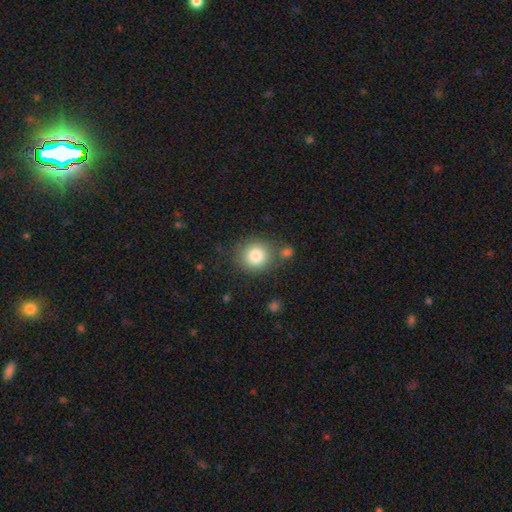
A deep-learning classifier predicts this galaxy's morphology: smooth_or_featured: smooth (p=0.82) [alt: star or artifact p=0.10]
how_rounded: round (p=0.87) [alt: in between p=0.12]
merging: none (p=0.73) [alt: minor disturbance p=0.12]